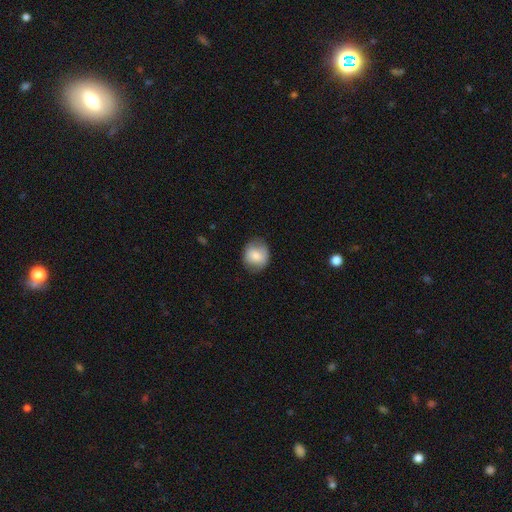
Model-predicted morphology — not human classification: The model was most divided on "how rounded": round: 72%, in between: 27%, cigar-shaped: 1%. More confident: smooth or featured — smooth (76%); merging — none (76%).